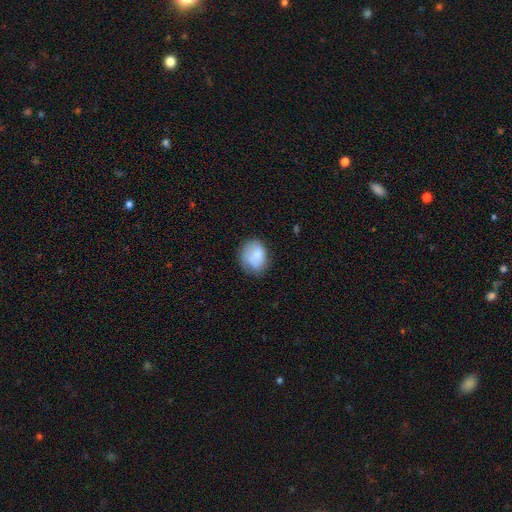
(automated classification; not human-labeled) Q: Smooth or featured?
A: smooth (77%); runner-up: featured or disk (16%)
Q: How rounded?
A: in between (54%); runner-up: round (45%)
Q: Merging?
A: none (59%); runner-up: minor disturbance (27%)